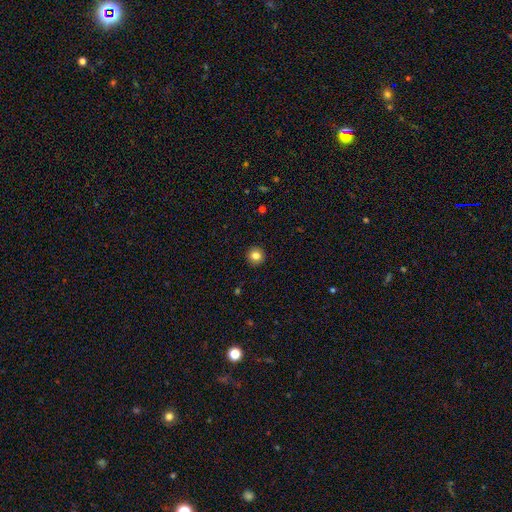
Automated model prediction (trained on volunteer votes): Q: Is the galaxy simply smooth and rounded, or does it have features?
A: smooth — 83%.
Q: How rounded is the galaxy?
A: round — 95%.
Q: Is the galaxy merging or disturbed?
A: none — 93%.